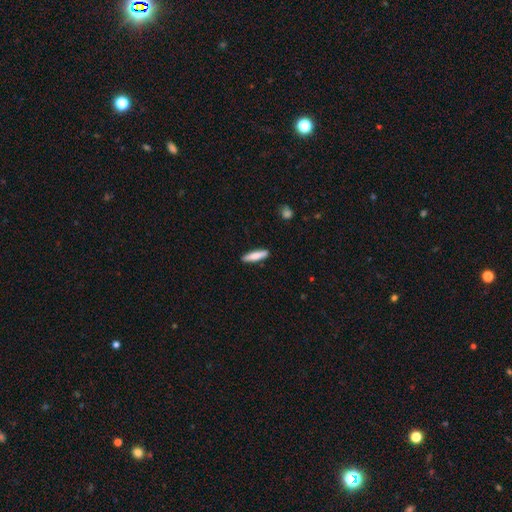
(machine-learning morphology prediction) A smooth galaxy with no disk features (80%) that is cigar-shaped (78%). Merging: none (89%).